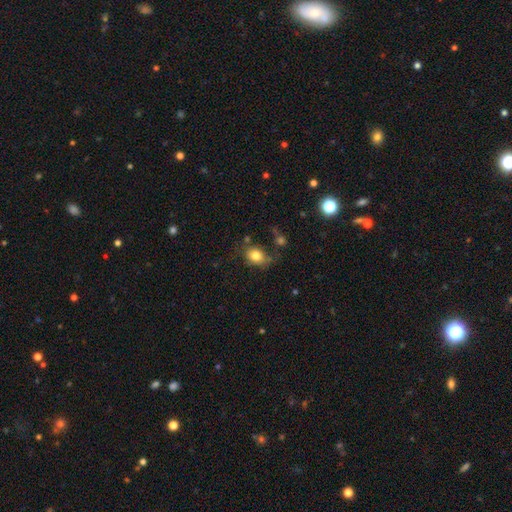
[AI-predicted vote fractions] This appears to be a smooth galaxy with no disk features (80%) that is in between round and cigar-shaped (54%). Merging: none (60%).